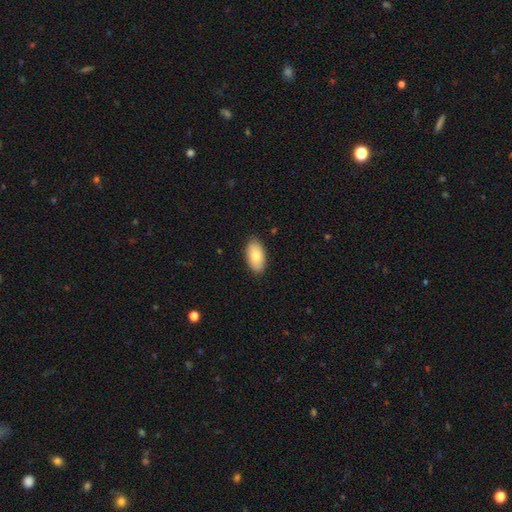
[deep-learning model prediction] Smooth or featured? smooth (83%)
How rounded? in between (94%)
Merging? none (87%)